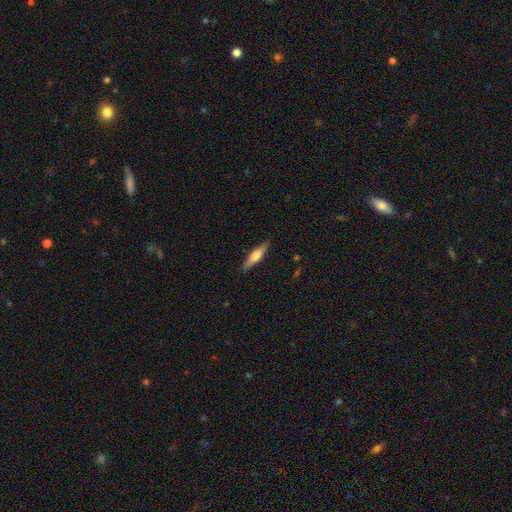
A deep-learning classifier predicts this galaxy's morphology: Overall: featured or disk (48%; smooth 46%). Merging: none (89%).